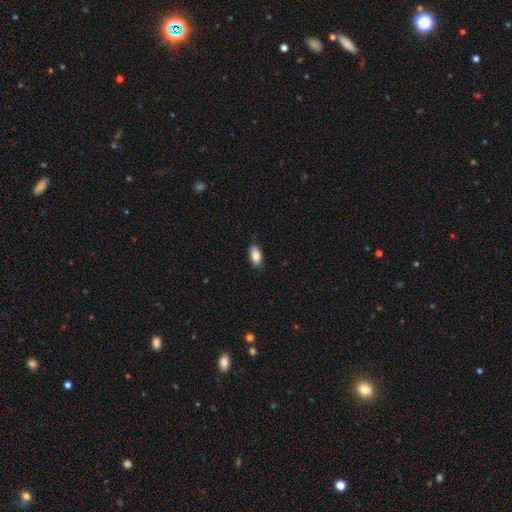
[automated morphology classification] Smooth or featured? Predicted: smooth (p=0.84). How rounded? Predicted: in between (p=0.92). Merging? Predicted: none (p=0.86).